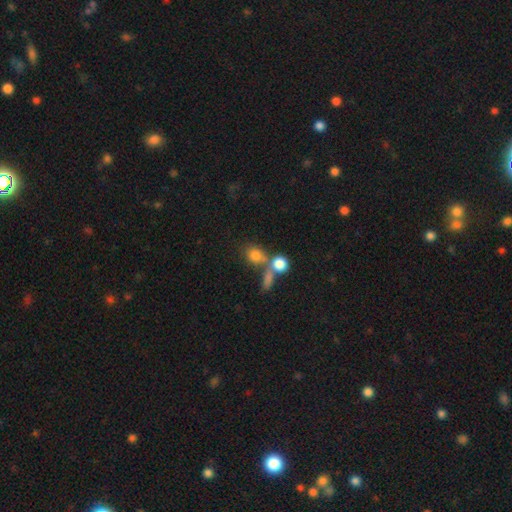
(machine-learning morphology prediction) This appears to be a smooth galaxy with no disk features (77%) that is round (57%). Merging: merger (47%).